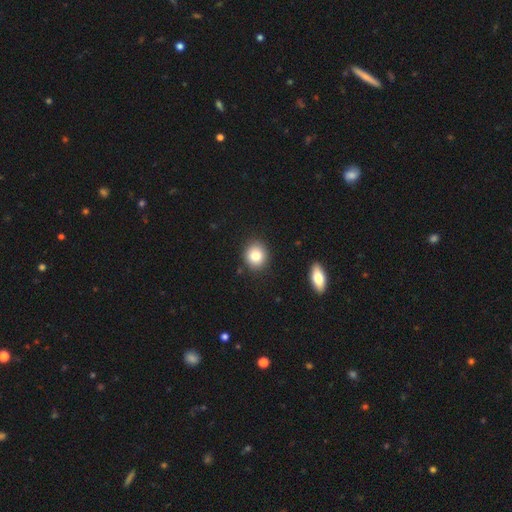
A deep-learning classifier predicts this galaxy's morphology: A smooth galaxy with no disk features (82%) that is round (78%). Merging: none (88%).